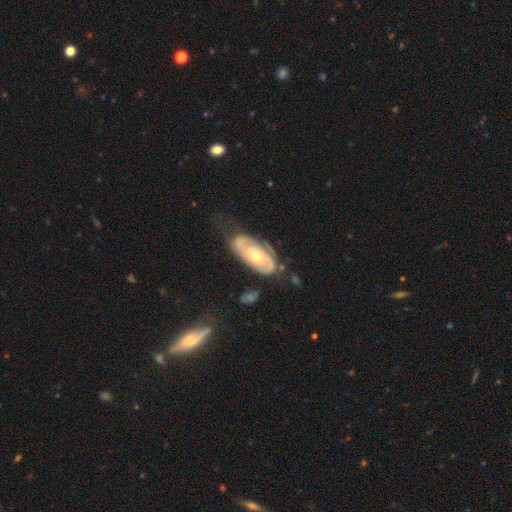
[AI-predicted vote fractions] A featured or disk galaxy (79%) with no bar (61%), 2 (59%) tight (62%) spiral arms (90%) and a moderate central bulge (53%). Merging: none (57%).